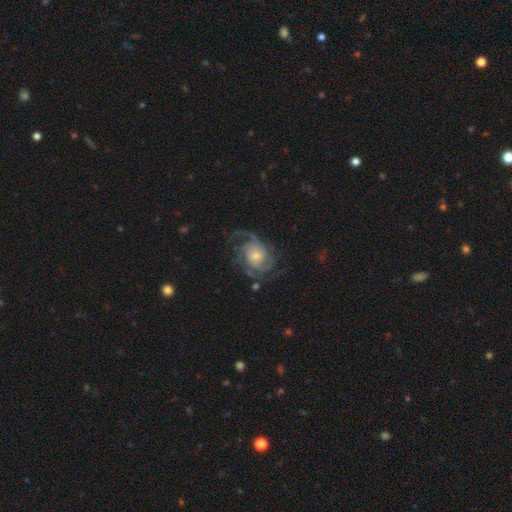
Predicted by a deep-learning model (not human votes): Morphology: type=featured or disk (85%); edge-on=no (98%); bar=no (65%); spiral arms=yes (95%); winding=medium (44%); arm count=2 (28%); bulge=small (49%); merging=none (59%).